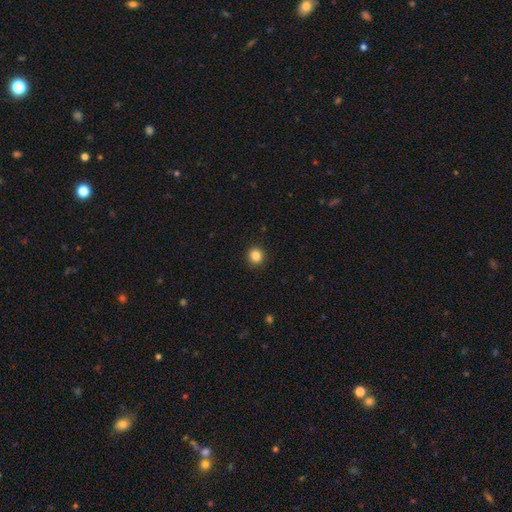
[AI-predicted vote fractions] Q: Smooth or featured?
A: smooth (86%); runner-up: star or artifact (11%)
Q: How rounded?
A: round (92%); runner-up: in between (7%)
Q: Merging?
A: none (92%); runner-up: minor disturbance (5%)